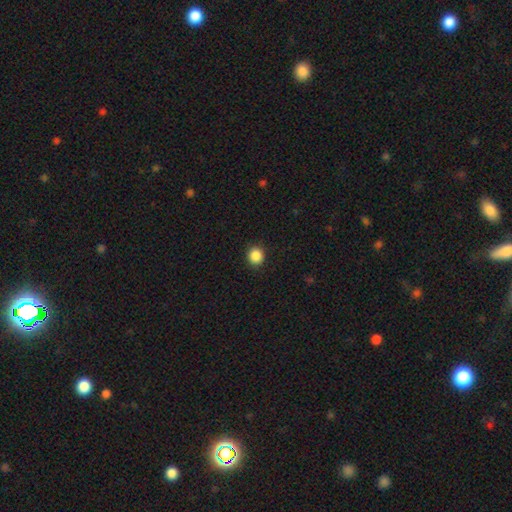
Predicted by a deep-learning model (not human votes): The model was most divided on "how rounded": round: 86%, in between: 13%, cigar-shaped: 1%. More confident: merging — none (92%); smooth or featured — smooth (88%).